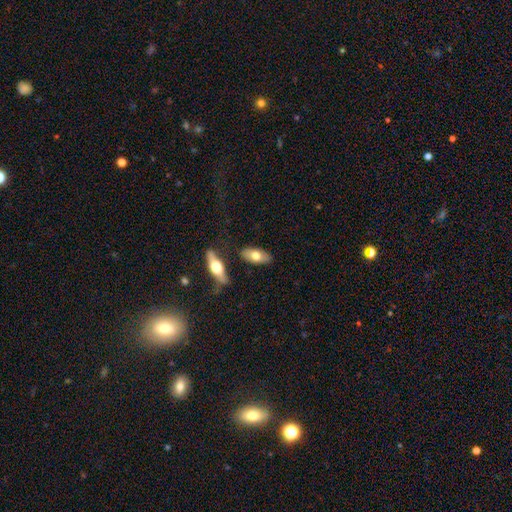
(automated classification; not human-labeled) The model was most divided on "smooth or featured": smooth: 64%, featured or disk: 30%, star or artifact: 6%. More confident: how rounded — in between (83%); merging — none (80%).